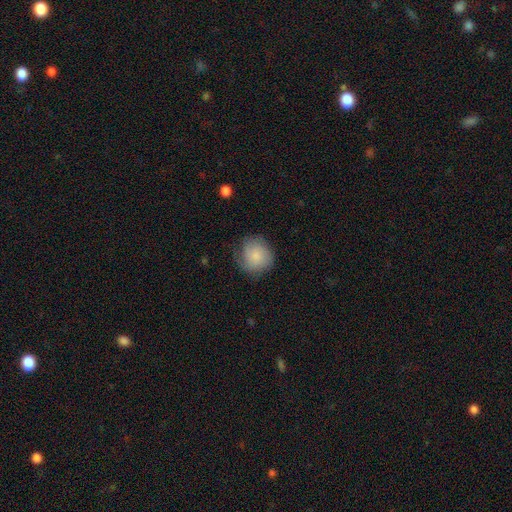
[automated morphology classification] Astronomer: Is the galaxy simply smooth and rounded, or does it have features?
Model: smooth — 79%.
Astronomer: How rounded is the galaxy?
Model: round — 85%.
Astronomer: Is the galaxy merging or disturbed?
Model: none — 66%.